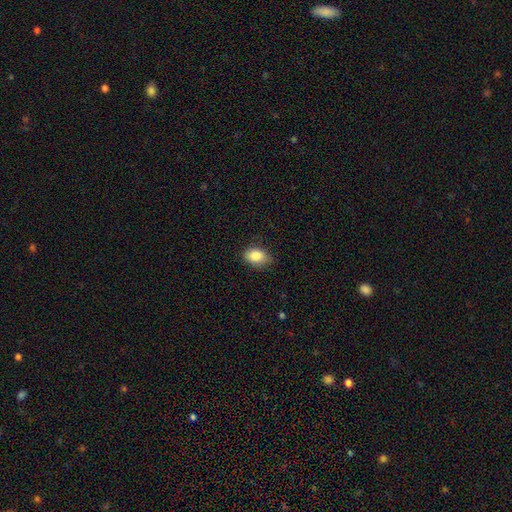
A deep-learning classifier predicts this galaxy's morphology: smooth 86%, star or artifact 8%, featured or disk 6%. Down the decision tree: how rounded — in between (84%); merging — none (76%).